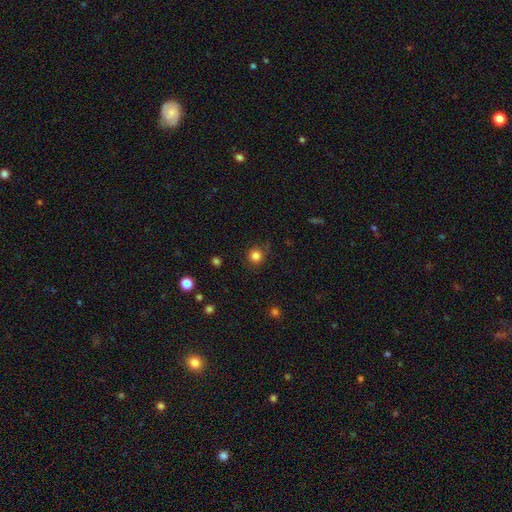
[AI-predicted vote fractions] smooth-or-featured: smooth: 83% | star or artifact: 13% | featured or disk: 5%
  how-rounded: round: 91% | in between: 8% | cigar-shaped: 1%
  merging: none: 82% | minor disturbance: 12% | major disturbance: 4% | merger: 2%